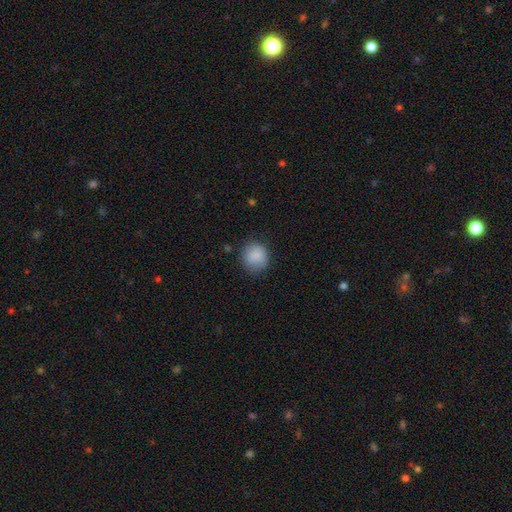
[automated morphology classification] smooth_or_featured: smooth (p=0.87) [alt: star or artifact p=0.08]
how_rounded: round (p=0.87) [alt: in between p=0.12]
merging: none (p=0.80) [alt: minor disturbance p=0.15]